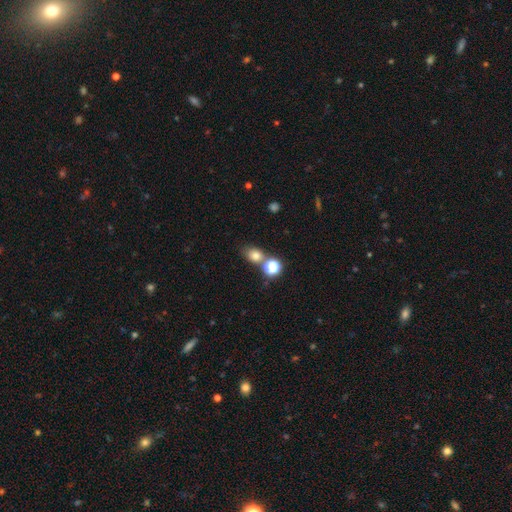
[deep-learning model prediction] Morphology: type=smooth (74%); roundness=in between (51%); merging=none (58%).